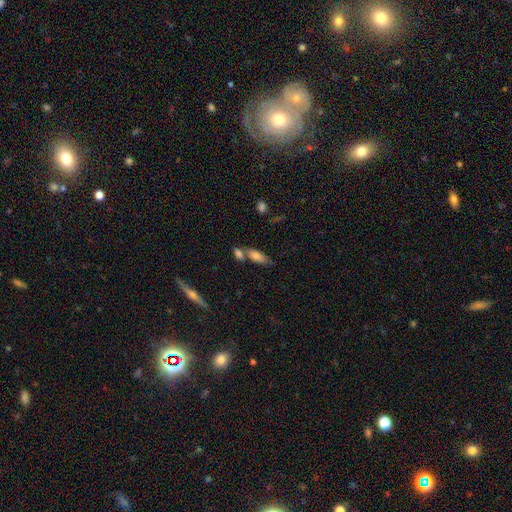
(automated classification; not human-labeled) Q: Smooth or featured?
A: smooth (73%); runner-up: featured or disk (18%)
Q: How rounded?
A: in between (75%); runner-up: cigar-shaped (23%)
Q: Merging?
A: none (48%); runner-up: merger (35%)